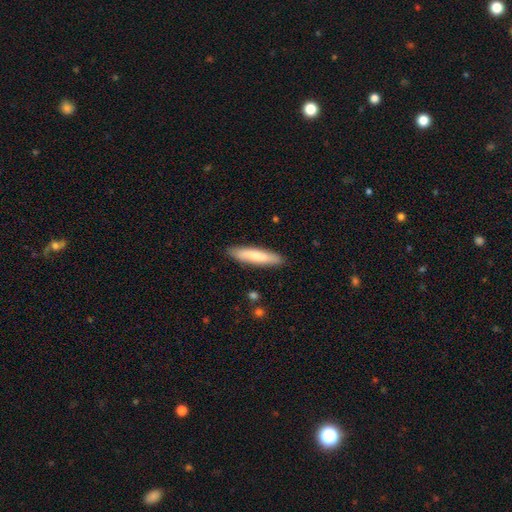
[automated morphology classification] Smooth or featured? smooth (77%)
How rounded? cigar-shaped (84%)
Merging? none (89%)